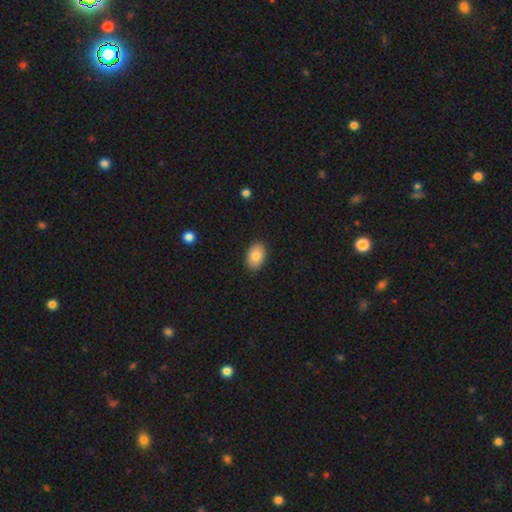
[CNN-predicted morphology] Smooth or featured? Predicted: smooth (p=0.84). How rounded? Predicted: in between (p=0.88). Merging? Predicted: none (p=0.89).